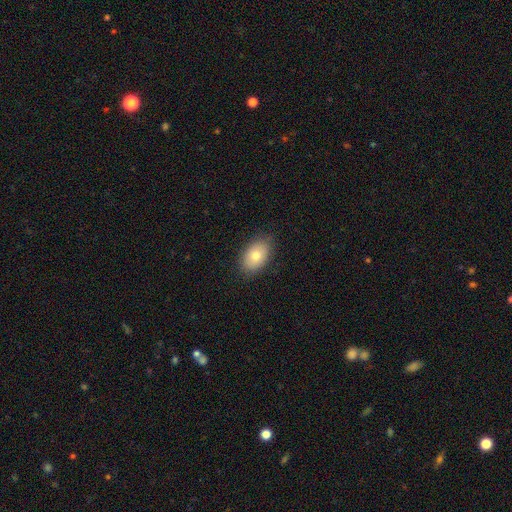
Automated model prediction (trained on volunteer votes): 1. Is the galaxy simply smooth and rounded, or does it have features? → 77% smooth, 15% featured or disk, 8% star or artifact.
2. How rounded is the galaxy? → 88% in between, 11% round, 1% cigar-shaped.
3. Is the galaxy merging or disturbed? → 86% none, 11% minor disturbance, 2% major disturbance, 1% merger.